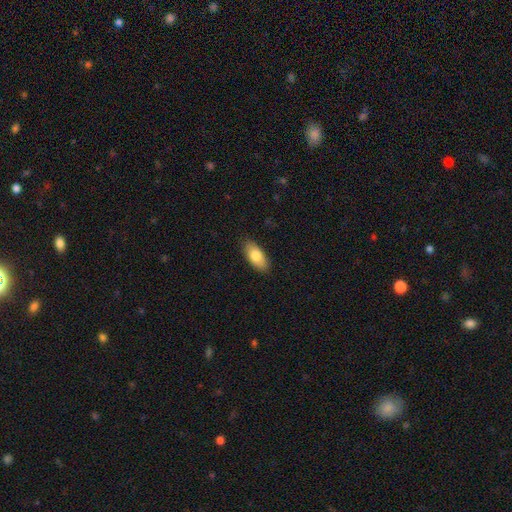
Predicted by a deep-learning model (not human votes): Smooth or featured?
  - smooth: 79% *
  - featured or disk: 15%
  - star or artifact: 6%
How rounded?
  - in between: 88% *
  - cigar-shaped: 10%
  - round: 2%
Merging?
  - none: 87% *
  - minor disturbance: 10%
  - major disturbance: 2%
  - merger: 1%